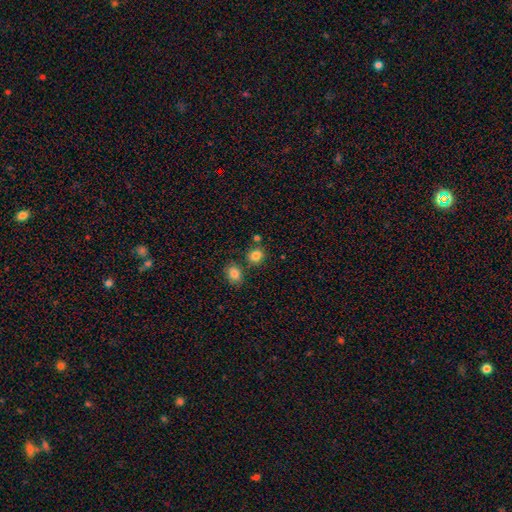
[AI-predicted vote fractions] Smooth or featured?
  - smooth: 84% *
  - star or artifact: 11%
  - featured or disk: 5%
How rounded?
  - round: 74% *
  - in between: 25%
  - cigar-shaped: 1%
Merging?
  - none: 75% *
  - merger: 12%
  - minor disturbance: 10%
  - major disturbance: 3%